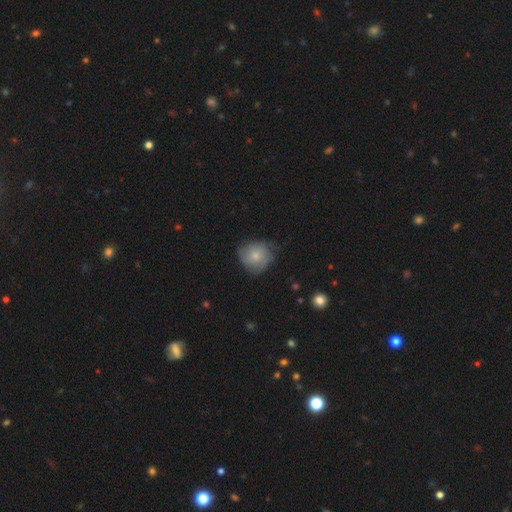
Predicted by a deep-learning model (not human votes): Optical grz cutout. It shows a smooth galaxy with no disk features (63%) that is round (82%). Merging: none (58%).